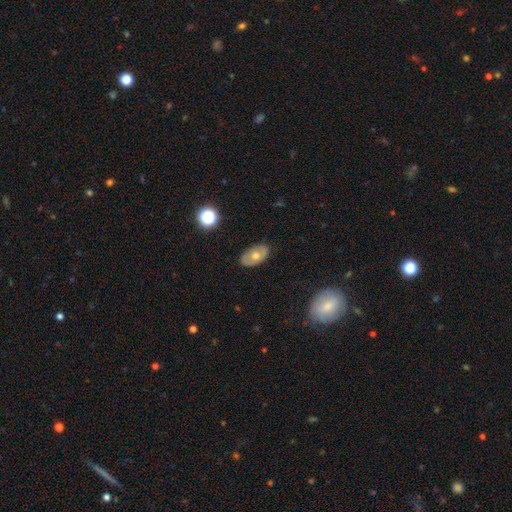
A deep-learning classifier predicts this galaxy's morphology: type=smooth (49%); merging=none (83%).